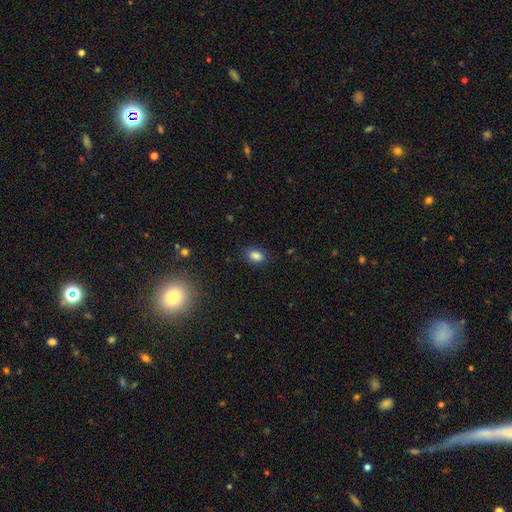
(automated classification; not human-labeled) Q: Smooth or featured?
A: smooth (85%); runner-up: star or artifact (11%)
Q: How rounded?
A: in between (81%); runner-up: round (18%)
Q: Merging?
A: none (83%); runner-up: minor disturbance (12%)